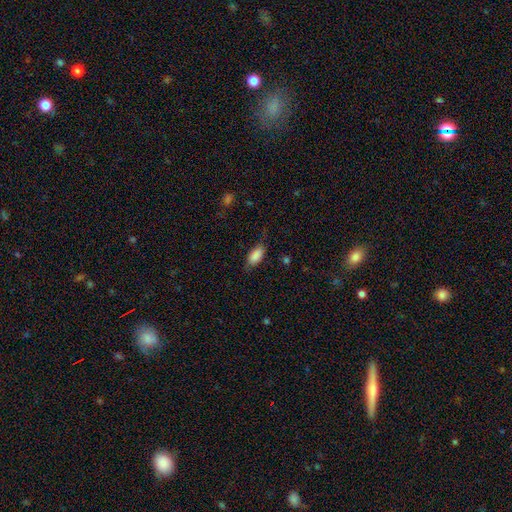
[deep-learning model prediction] Smooth or featured: smooth — 84% (featured or disk — 9%)
How rounded: in between — 90% (cigar-shaped — 7%)
Merging: none — 62% (minor disturbance — 27%)